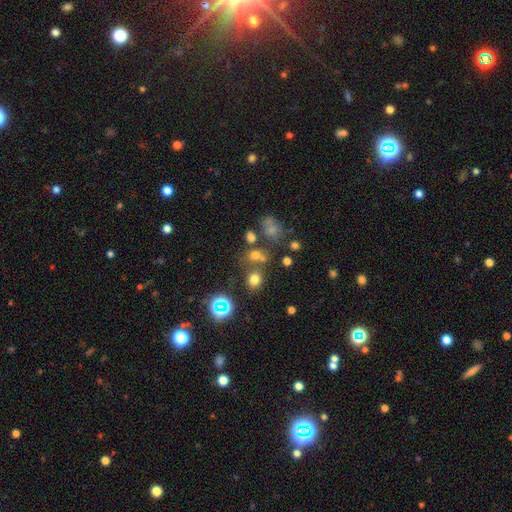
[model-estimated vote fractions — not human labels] Smooth or featured? Predicted: smooth (p=0.55). How rounded? Predicted: round (p=0.73). Merging? Predicted: none (p=0.59).